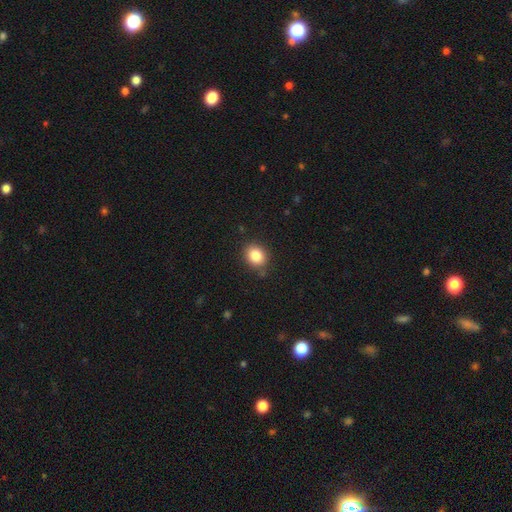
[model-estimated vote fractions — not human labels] smooth-or-featured: smooth: 84% | star or artifact: 10% | featured or disk: 6%
  how-rounded: round: 62% | in between: 38% | cigar-shaped: 1%
  merging: none: 85% | minor disturbance: 10% | major disturbance: 3% | merger: 2%